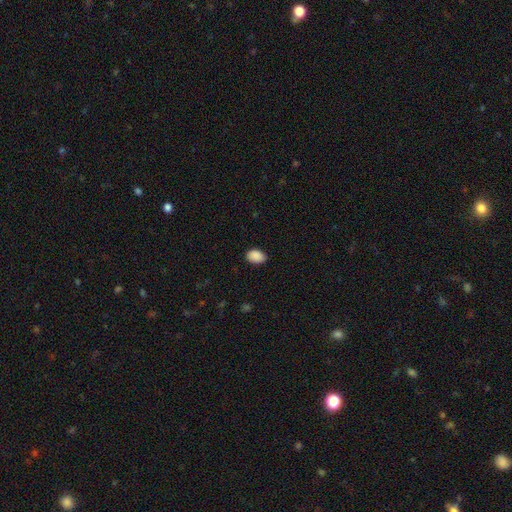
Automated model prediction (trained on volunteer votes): A smooth galaxy with no disk features (90%) that is in between round and cigar-shaped (81%). Merging: none (84%).